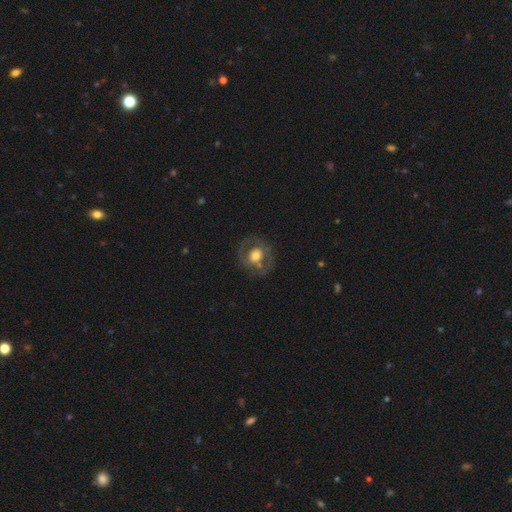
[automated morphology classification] This is possibly a featured or disk galaxy (51%). It is clearly not viewed edge-on (95%). Merging: likely none (72%).